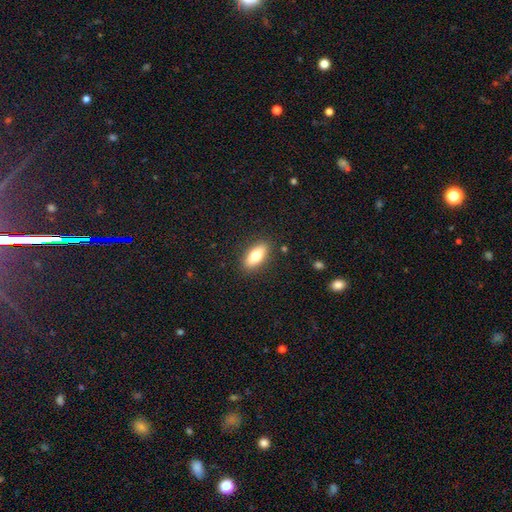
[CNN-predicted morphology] Smooth or featured?
  - smooth: 73% *
  - featured or disk: 21%
  - star or artifact: 7%
How rounded?
  - in between: 77% *
  - cigar-shaped: 20%
  - round: 3%
Merging?
  - none: 88% *
  - minor disturbance: 9%
  - major disturbance: 2%
  - merger: 1%